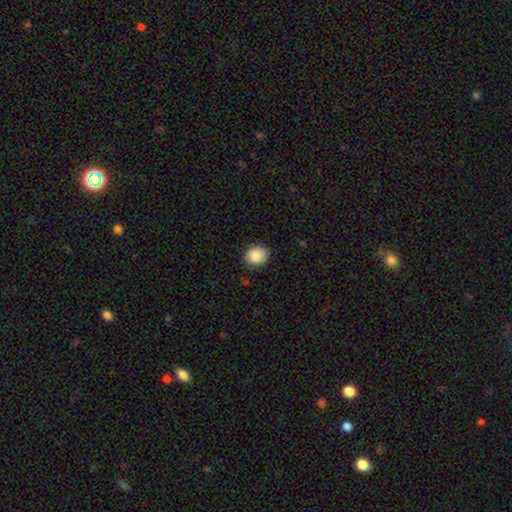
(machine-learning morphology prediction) smooth-or-featured: smooth: 87% | star or artifact: 8% | featured or disk: 5%
  how-rounded: round: 62% | in between: 38% | cigar-shaped: 1%
  merging: none: 87% | minor disturbance: 10% | major disturbance: 2% | merger: 1%